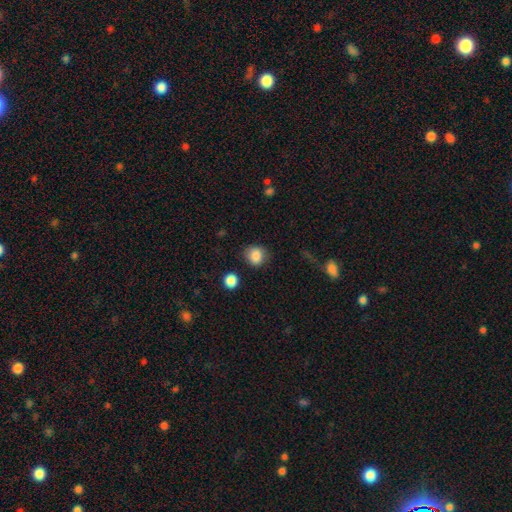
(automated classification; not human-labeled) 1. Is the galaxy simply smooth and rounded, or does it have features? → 85% smooth, 10% star or artifact, 5% featured or disk.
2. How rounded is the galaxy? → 76% round, 23% in between, 1% cigar-shaped.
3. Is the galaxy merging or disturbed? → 81% none, 12% minor disturbance, 4% major disturbance, 3% merger.